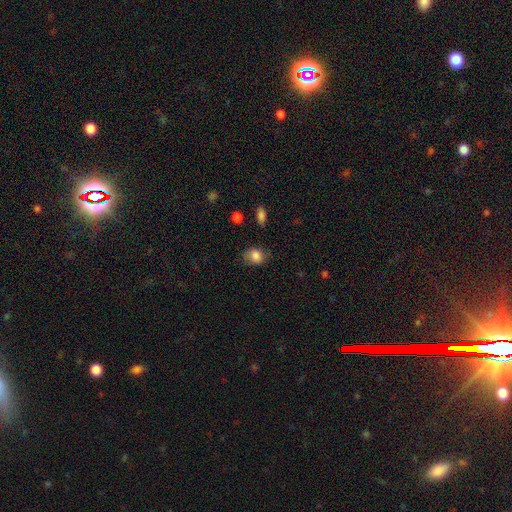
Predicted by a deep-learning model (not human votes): Q: Smooth or featured?
A: smooth (85%); runner-up: star or artifact (9%)
Q: How rounded?
A: round (54%); runner-up: in between (44%)
Q: Merging?
A: none (69%); runner-up: minor disturbance (24%)